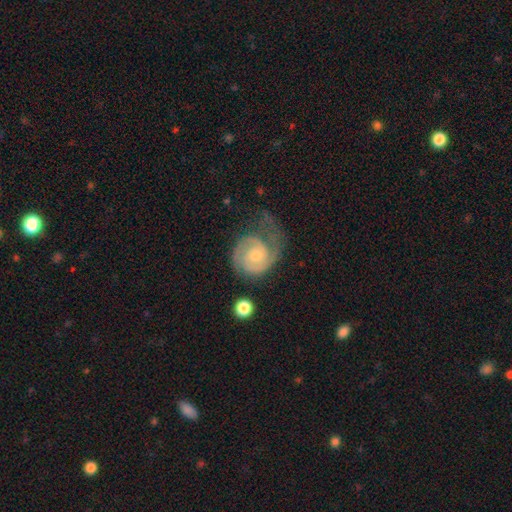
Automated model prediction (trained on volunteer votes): A featured or disk galaxy (84%) with no bar (68%), 2 (60%) tight (56%) spiral arms (96%) and a small central bulge (55%).

Vote fractions:
- Smooth or featured? featured or disk: 84% / smooth: 10% / star or artifact: 5%
- Edge-on disk? no: 98% / yes: 2%
- Bar? no: 68% / weak: 27% / strong: 5%
- Spiral arms? yes: 96% / no: 4%
- Spiral winding? tight: 56% / medium: 34% / loose: 10%
- Spiral arm count? 2: 60% / 1: 20% / can't tell: 10% / 3: 6% / 4: 2% / more than 4: 2%
- Bulge size? small: 55% / moderate: 40% / none: 2% / large: 2% / dominant: 1%
- Merging? none: 46% / major disturbance: 27% / minor disturbance: 24% / merger: 3%